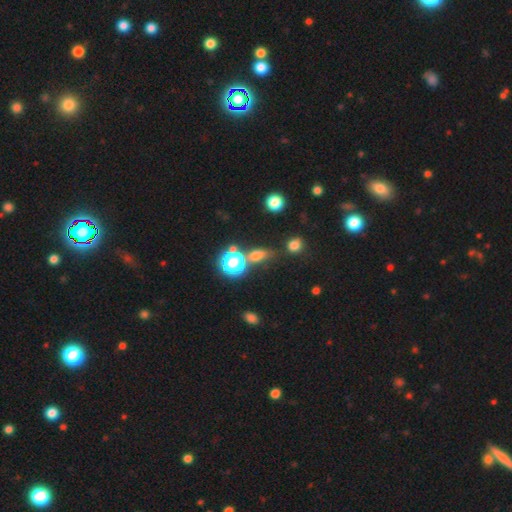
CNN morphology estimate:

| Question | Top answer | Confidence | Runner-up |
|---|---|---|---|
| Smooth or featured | smooth | 61% | star or artifact (28%) |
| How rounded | in between | 52% | round (41%) |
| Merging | none | 58% | merger (21%) |